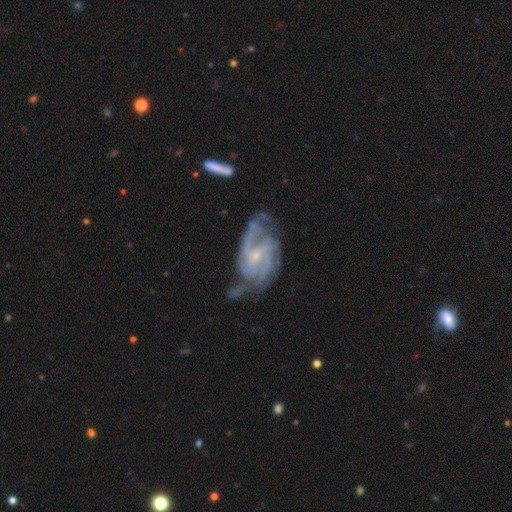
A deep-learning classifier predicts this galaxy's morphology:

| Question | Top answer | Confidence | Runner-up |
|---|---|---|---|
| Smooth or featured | featured or disk | 86% | smooth (8%) |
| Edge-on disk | no | 96% | yes (4%) |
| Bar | weak | 44% | tied: no (44%) |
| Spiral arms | yes | 95% | no (5%) |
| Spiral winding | medium | 48% | tight (35%) |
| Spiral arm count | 2 | 46% | can't tell (21%) |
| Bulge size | small | 73% | moderate (19%) |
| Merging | none | 54% | minor disturbance (25%) |